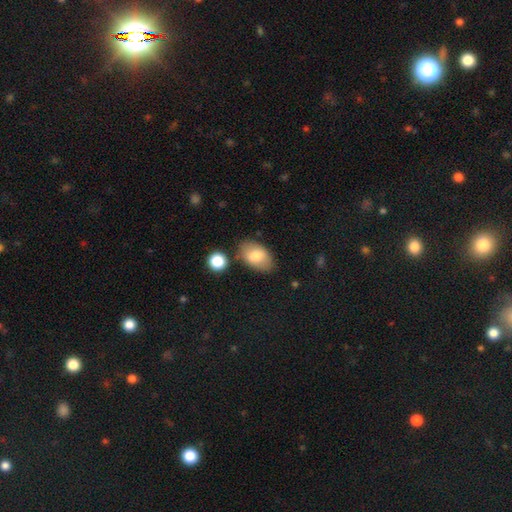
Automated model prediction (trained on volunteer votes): smooth 79%, featured or disk 14%, star or artifact 7%. Down the decision tree: how rounded — in between (92%); merging — none (76%).